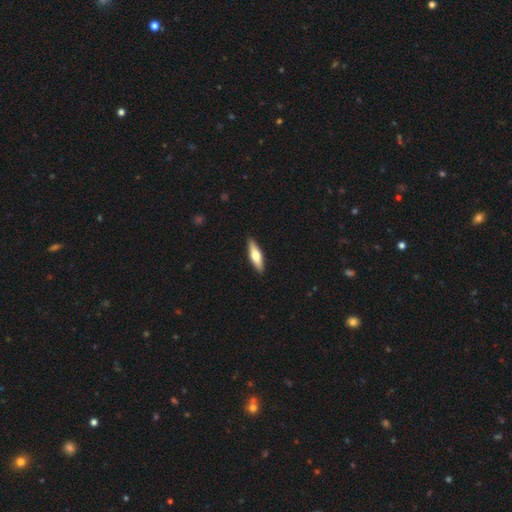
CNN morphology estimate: Smooth or featured? smooth (53%)
How rounded? cigar-shaped (64%)
Merging? none (90%)